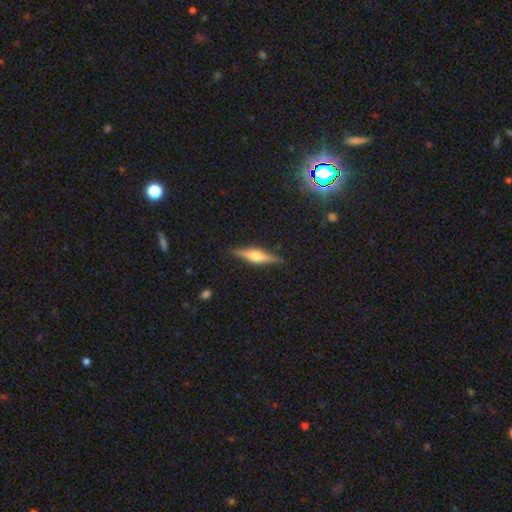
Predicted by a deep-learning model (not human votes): Smooth or featured: featured or disk — 70% (smooth — 23%)
Edge-on disk: yes — 97% (no — 3%)
Edge-on bulge: rounded — 91% (boxy — 6%)
Merging: none — 89% (minor disturbance — 8%)